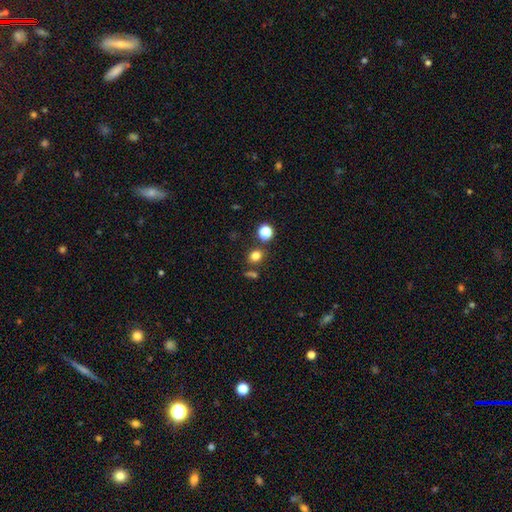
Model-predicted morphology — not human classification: Smooth or featured? smooth (76%)
How rounded? round (71%)
Merging? none (77%)